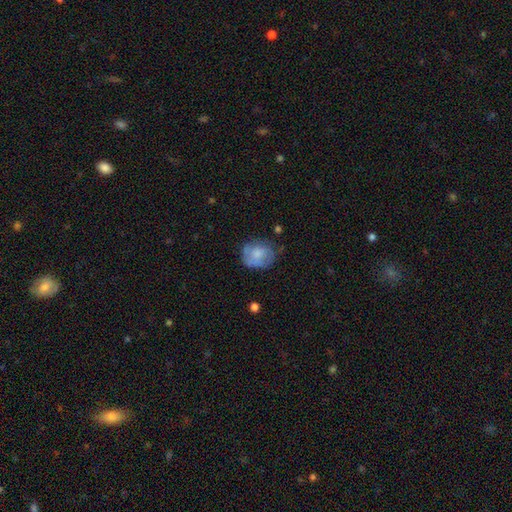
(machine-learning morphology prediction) This appears to be a smooth galaxy with no disk features (62%) that is round (62%). Merging: none (57%).